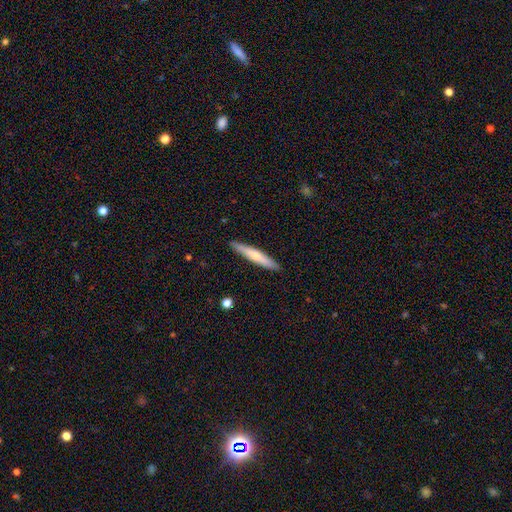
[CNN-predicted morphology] Smooth or featured? Predicted: smooth (p=0.58). How rounded? Predicted: cigar-shaped (p=0.93). Merging? Predicted: none (p=0.90).